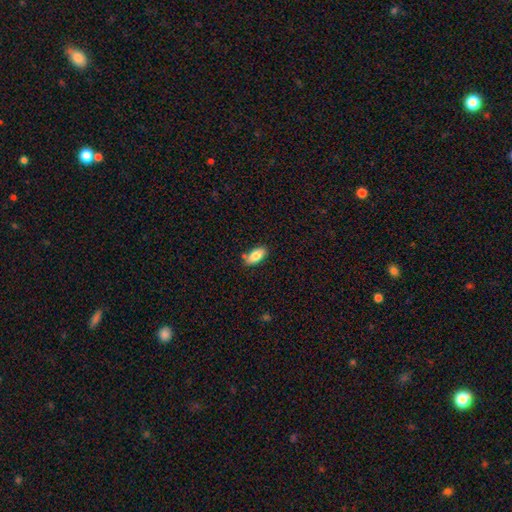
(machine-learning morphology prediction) Smooth or featured?
  - smooth: 83% *
  - featured or disk: 10%
  - star or artifact: 7%
How rounded?
  - in between: 89% *
  - cigar-shaped: 9%
  - round: 2%
Merging?
  - none: 76% *
  - minor disturbance: 16%
  - merger: 5%
  - major disturbance: 3%